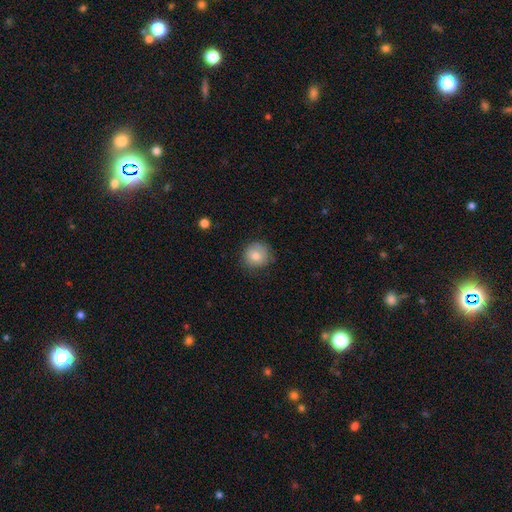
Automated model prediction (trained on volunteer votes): smooth-or-featured: smooth: 77% | featured or disk: 14% | star or artifact: 8%
  how-rounded: round: 91% | in between: 8% | cigar-shaped: 1%
  merging: none: 77% | minor disturbance: 18% | major disturbance: 4% | merger: 1%